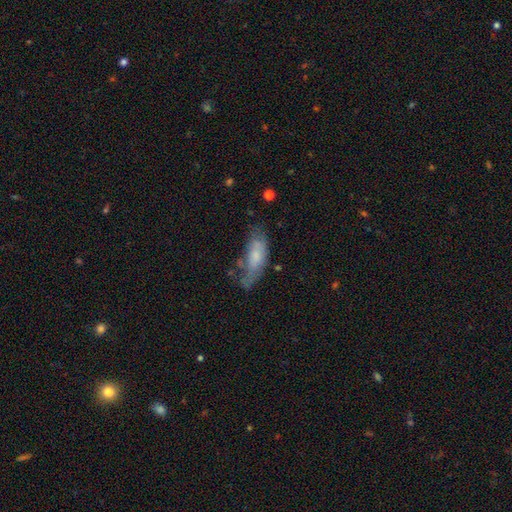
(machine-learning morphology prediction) smooth-or-featured: smooth: 59% | featured or disk: 33% | star or artifact: 8%
  how-rounded: in between: 73% | cigar-shaped: 24% | round: 2%
  merging: none: 38% | minor disturbance: 31% | major disturbance: 24% | merger: 6%